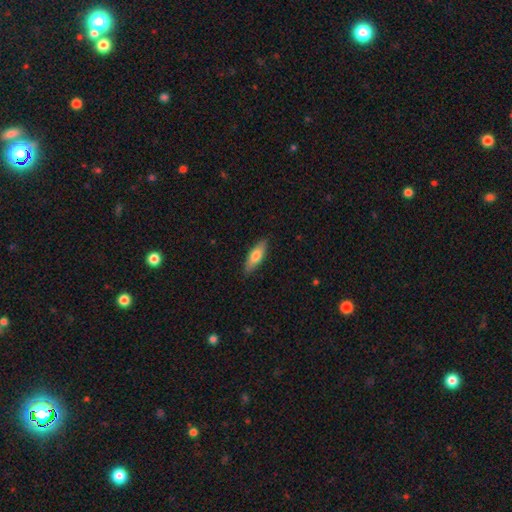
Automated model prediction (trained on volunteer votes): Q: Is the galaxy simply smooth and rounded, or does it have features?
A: smooth — 68%.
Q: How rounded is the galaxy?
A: in between — 50%.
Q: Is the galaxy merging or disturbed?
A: none — 87%.